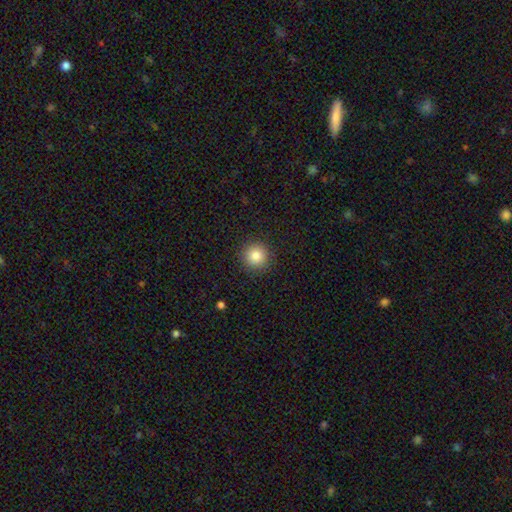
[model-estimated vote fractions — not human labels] Q: Smooth or featured?
A: smooth (83%); runner-up: star or artifact (11%)
Q: How rounded?
A: round (95%); runner-up: in between (4%)
Q: Merging?
A: none (91%); runner-up: minor disturbance (6%)